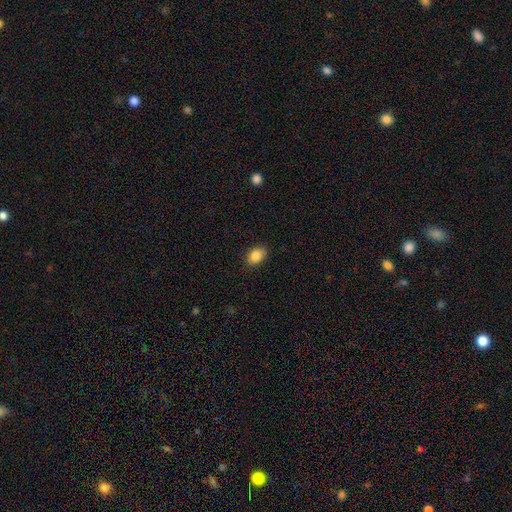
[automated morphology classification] This appears to be a smooth galaxy with no disk features (87%) that is in between round and cigar-shaped (73%). Merging: none (82%).